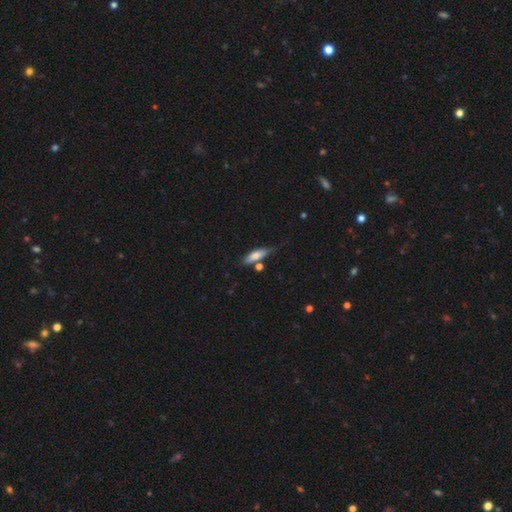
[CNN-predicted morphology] smooth-or-featured: smooth: 74% | featured or disk: 20% | star or artifact: 7%
  how-rounded: cigar-shaped: 52% | in between: 46% | round: 2%
  merging: none: 59% | minor disturbance: 24% | merger: 11% | major disturbance: 6%